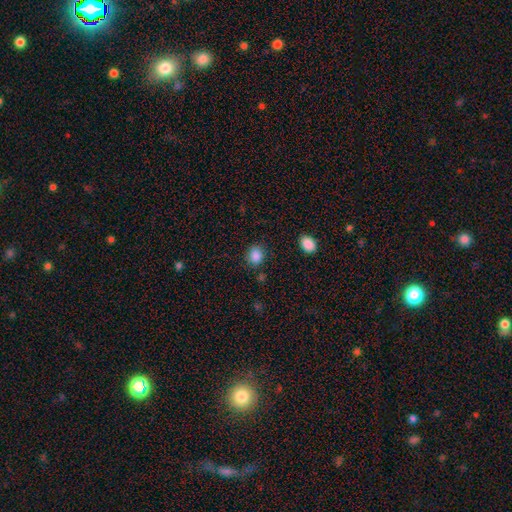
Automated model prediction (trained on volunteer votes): Smooth or featured: smooth — 86% (star or artifact — 10%)
How rounded: round — 59% (in between — 40%)
Merging: none — 81% (minor disturbance — 12%)